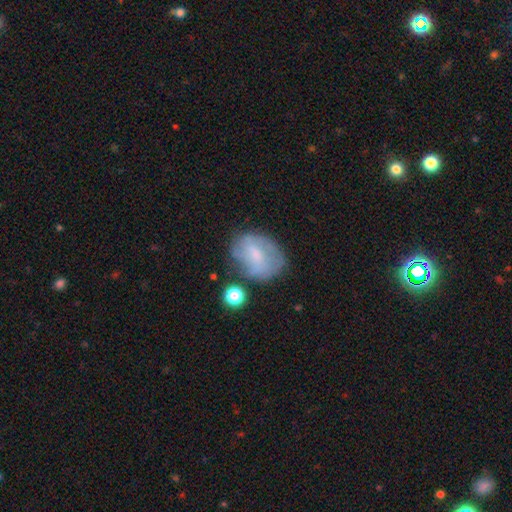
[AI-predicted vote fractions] smooth_or_featured: smooth (p=0.46) [alt: featured or disk p=0.45]
merging: none (p=0.53) [alt: minor disturbance p=0.26]